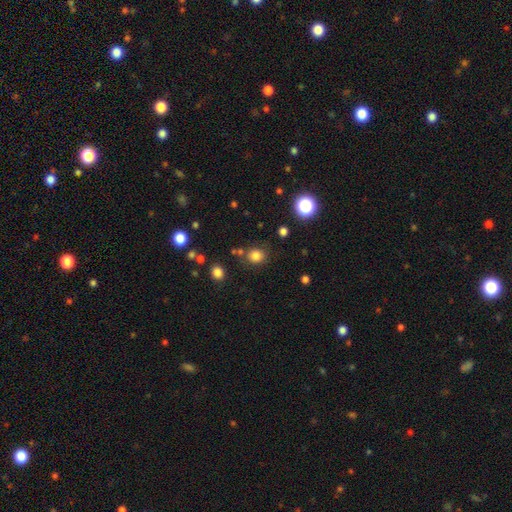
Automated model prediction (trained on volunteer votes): This appears to be a smooth galaxy with no disk features (80%) that is round (78%). Merging: none (78%).